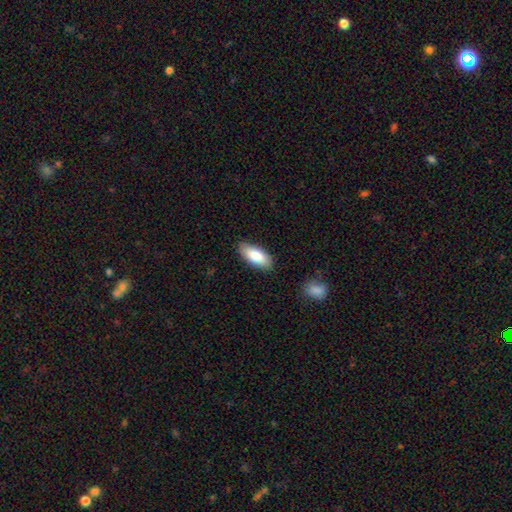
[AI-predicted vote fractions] smooth-or-featured: smooth: 84% | featured or disk: 10% | star or artifact: 6%
  how-rounded: in between: 85% | cigar-shaped: 13% | round: 2%
  merging: none: 86% | minor disturbance: 10% | major disturbance: 2% | merger: 1%